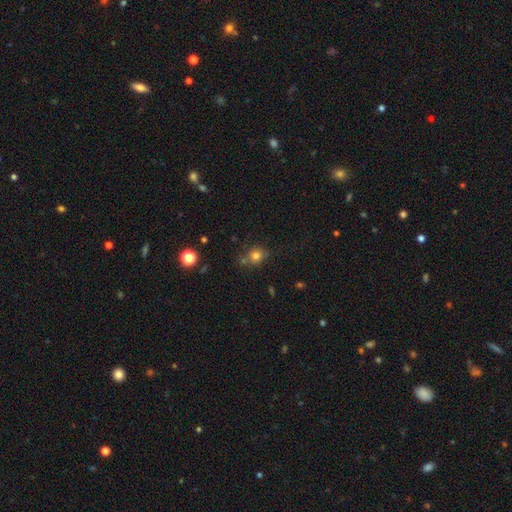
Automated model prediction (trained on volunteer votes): Overall: smooth (78%). How rounded: round (79%). Merging: none (68%).